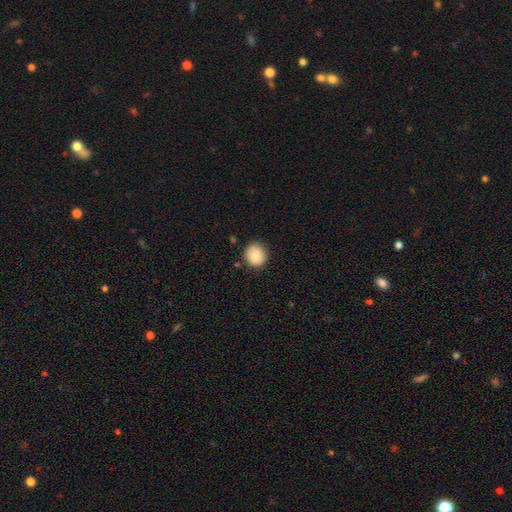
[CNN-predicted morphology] smooth-or-featured: smooth: 81% | featured or disk: 10% | star or artifact: 8%
  how-rounded: round: 91% | in between: 8% | cigar-shaped: 1%
  merging: none: 85% | minor disturbance: 11% | major disturbance: 2% | merger: 2%